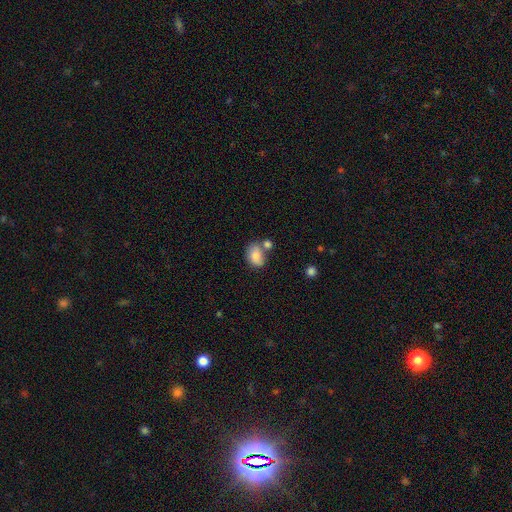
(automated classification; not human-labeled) This is clearly a smooth galaxy (81%). How rounded: likely in between (76%). Merging: marginally none (44%).